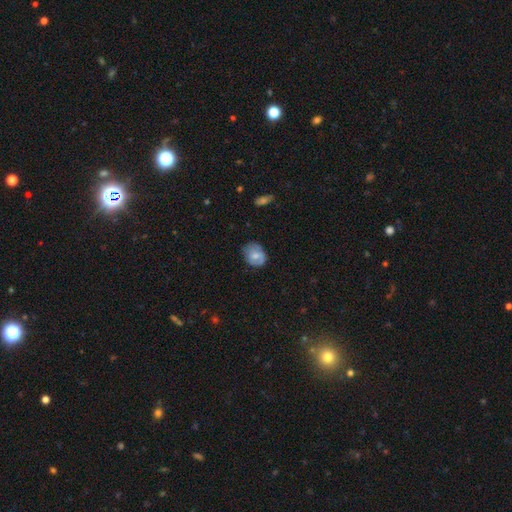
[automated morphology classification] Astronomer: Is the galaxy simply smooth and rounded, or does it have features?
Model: smooth — 62%.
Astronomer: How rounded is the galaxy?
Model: round — 51% (runner-up: in between, 48%).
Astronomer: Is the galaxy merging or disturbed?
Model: none — 64%.